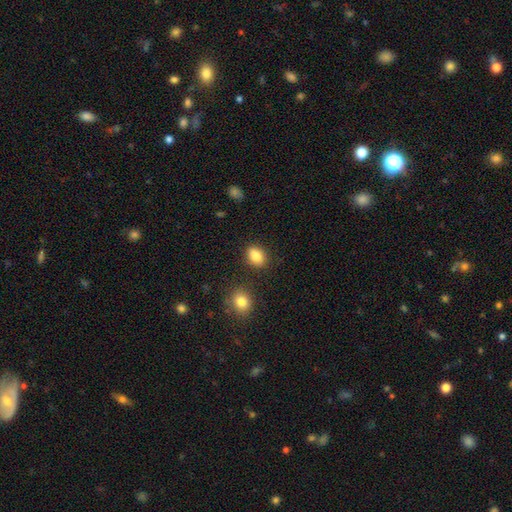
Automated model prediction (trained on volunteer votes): The model was most divided on "how rounded": in between: 72%, round: 27%, cigar-shaped: 1%. More confident: smooth or featured — smooth (86%); merging — none (83%).